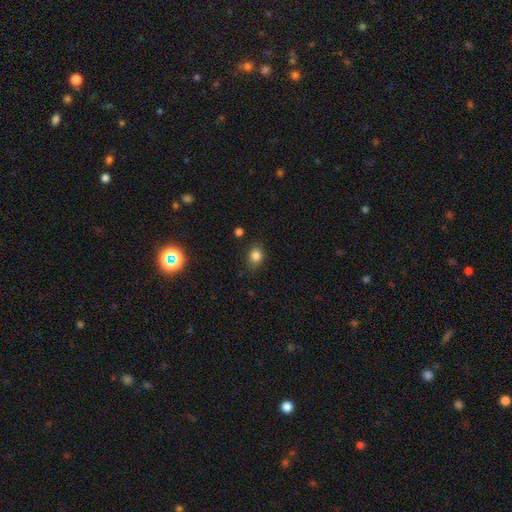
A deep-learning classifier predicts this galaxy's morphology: Smooth or featured?
  - smooth: 82% *
  - star or artifact: 12%
  - featured or disk: 6%
How rounded?
  - round: 52% *
  - in between: 47%
  - cigar-shaped: 1%
Merging?
  - none: 79% *
  - minor disturbance: 16%
  - major disturbance: 3%
  - merger: 2%